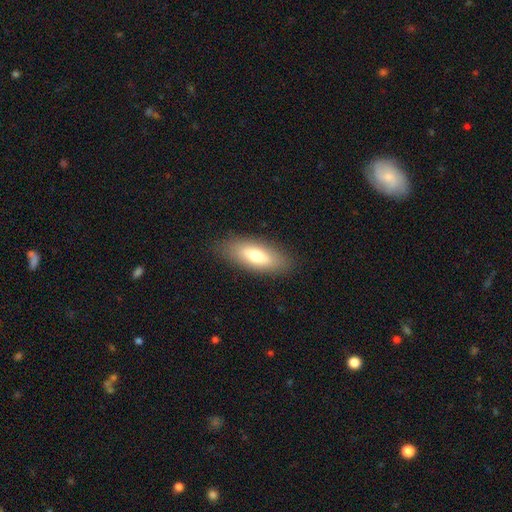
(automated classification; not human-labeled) smooth 69%, featured or disk 24%, star or artifact 7%. Down the decision tree: how rounded — in between (74%); merging — none (86%).